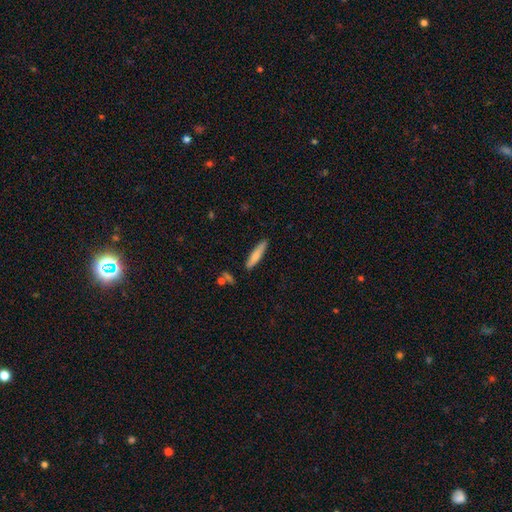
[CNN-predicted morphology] Smooth or featured? smooth (71%)
How rounded? cigar-shaped (86%)
Merging? none (85%)